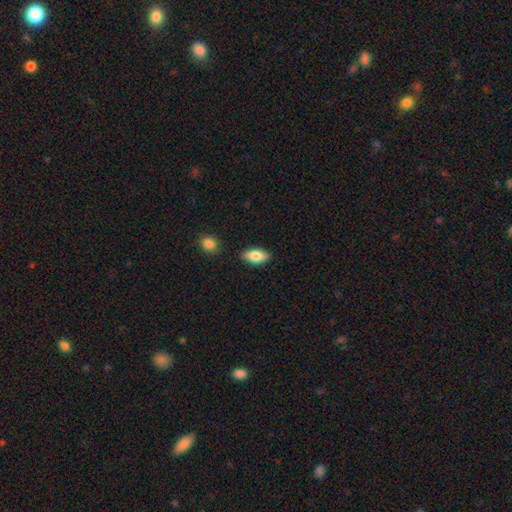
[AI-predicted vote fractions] This is clearly a smooth galaxy (80%). How rounded: clearly in between (89%). Merging: clearly none (86%).